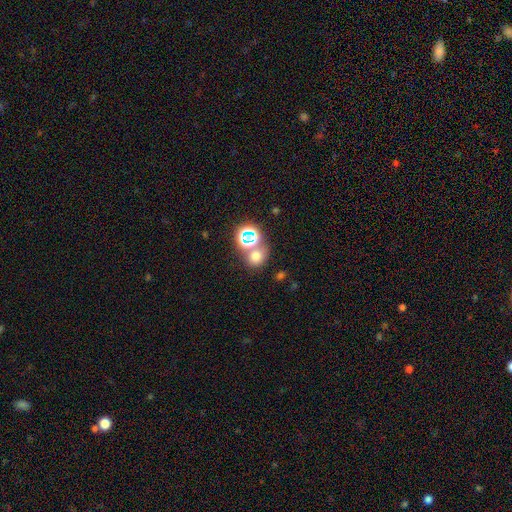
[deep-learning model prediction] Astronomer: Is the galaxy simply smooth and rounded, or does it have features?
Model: smooth — 63%.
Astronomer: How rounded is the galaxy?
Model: round — 67%.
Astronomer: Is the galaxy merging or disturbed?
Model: none — 57%.